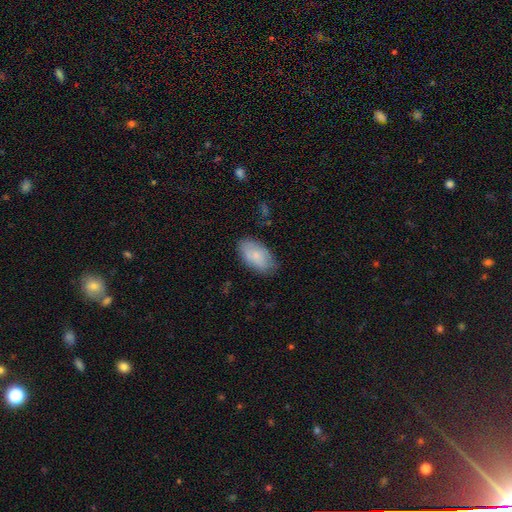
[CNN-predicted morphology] A smooth galaxy with no disk features (76%) that is in between round and cigar-shaped (94%).

Vote fractions:
- Smooth or featured? smooth: 76% / featured or disk: 17% / star or artifact: 6%
- How rounded? in between: 94% / round: 3% / cigar-shaped: 2%
- Merging? none: 77% / minor disturbance: 18% / major disturbance: 4% / merger: 1%